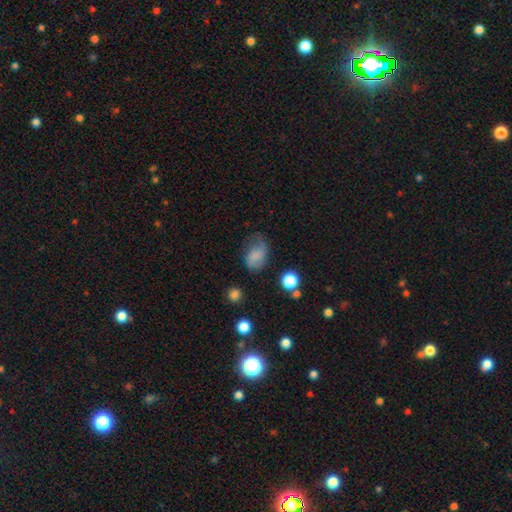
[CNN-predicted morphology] A smooth galaxy with no disk features (69%) that is in between round and cigar-shaped (81%). Merging: none (51%).